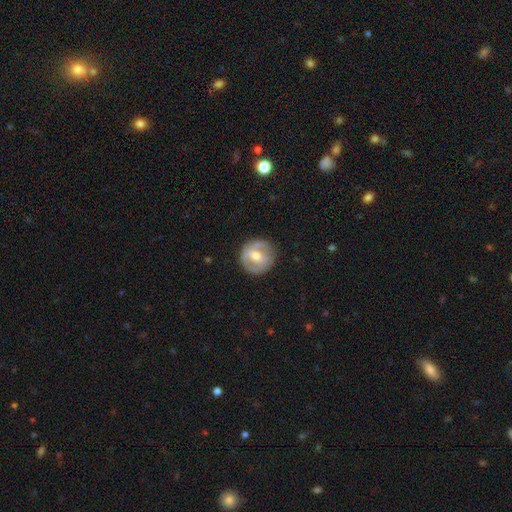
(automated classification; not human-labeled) A featured or disk galaxy (52%).

Vote fractions:
- Smooth or featured? featured or disk: 52% / smooth: 42% / star or artifact: 6%
- Edge-on disk? no: 95% / yes: 5%
- Merging? none: 79% / minor disturbance: 14% / major disturbance: 4% / merger: 2%